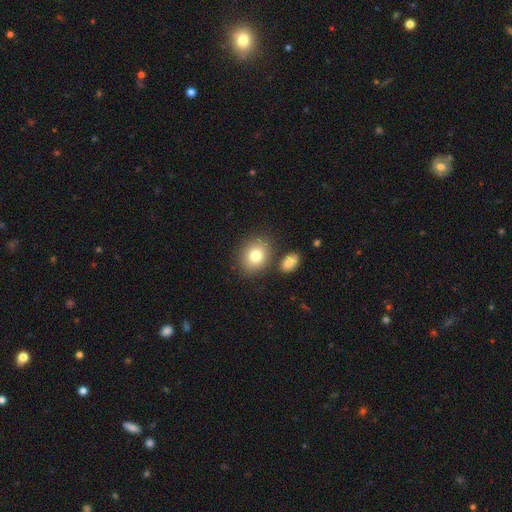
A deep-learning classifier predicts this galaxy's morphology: smooth_or_featured: smooth (p=0.80) [alt: featured or disk p=0.11]
how_rounded: in between (p=0.56) [alt: round p=0.43]
merging: none (p=0.75) [alt: merger p=0.11]